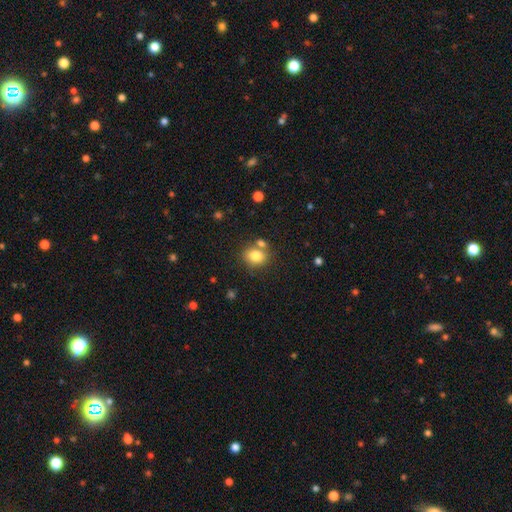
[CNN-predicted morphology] Q: Smooth or featured?
A: smooth (81%); runner-up: star or artifact (10%)
Q: How rounded?
A: round (53%); runner-up: in between (46%)
Q: Merging?
A: none (62%); runner-up: merger (22%)